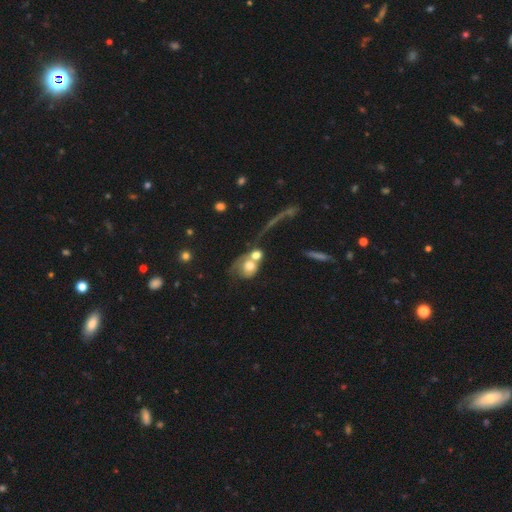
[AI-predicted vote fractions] This is possibly a smooth galaxy (55%). How rounded: likely round (65%). Merging: likely merger (60%).